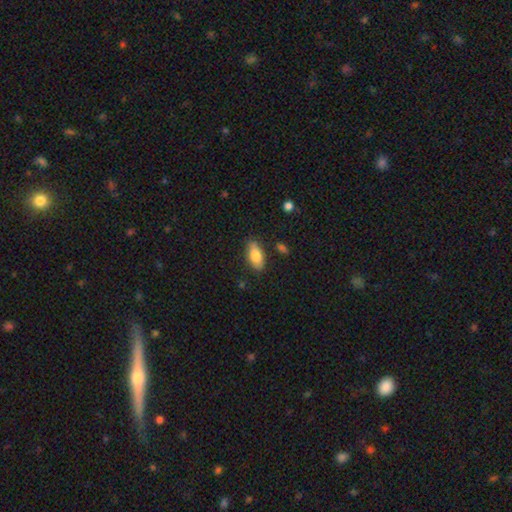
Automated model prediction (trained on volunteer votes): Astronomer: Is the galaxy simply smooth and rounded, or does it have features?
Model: smooth — 80%.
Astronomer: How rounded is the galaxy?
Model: in between — 85%.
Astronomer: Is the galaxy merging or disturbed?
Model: none — 83%.